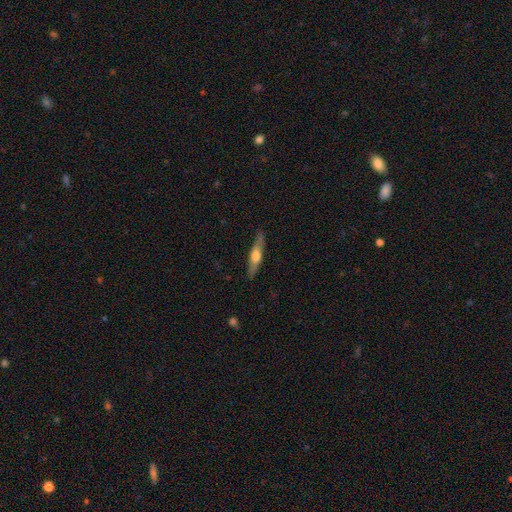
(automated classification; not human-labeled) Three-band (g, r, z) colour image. It shows a featured or disk galaxy (57%) viewed edge-on (92%) with a rounded central bulge (80%). Merging: none (85%).